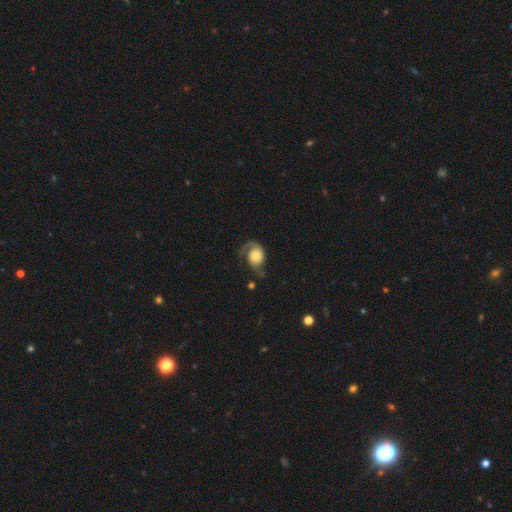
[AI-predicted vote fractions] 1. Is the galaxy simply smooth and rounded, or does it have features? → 61% featured or disk, 32% smooth, 7% star or artifact.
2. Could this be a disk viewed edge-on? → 97% no, 3% yes.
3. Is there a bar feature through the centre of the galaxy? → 76% no, 20% weak, 4% strong.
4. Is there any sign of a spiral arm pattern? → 90% yes, 10% no.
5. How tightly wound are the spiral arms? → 38% loose, 36% medium, 27% tight.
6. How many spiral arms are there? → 55% 1, 37% 2, 5% can't tell, 1% 3, 1% 4, 1% more than 4.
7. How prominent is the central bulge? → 43% moderate, 26% large, 21% small, 7% dominant, 4% none.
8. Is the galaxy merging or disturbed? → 43% none, 31% major disturbance, 24% minor disturbance, 3% merger.